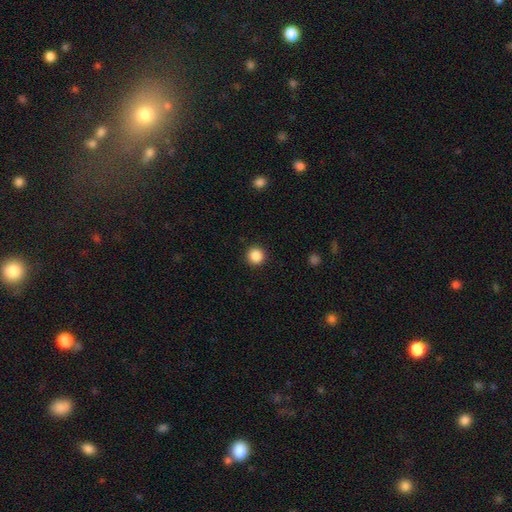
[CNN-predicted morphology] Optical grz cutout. It shows a smooth galaxy with no disk features (87%) that is round (95%). Merging: none (93%).